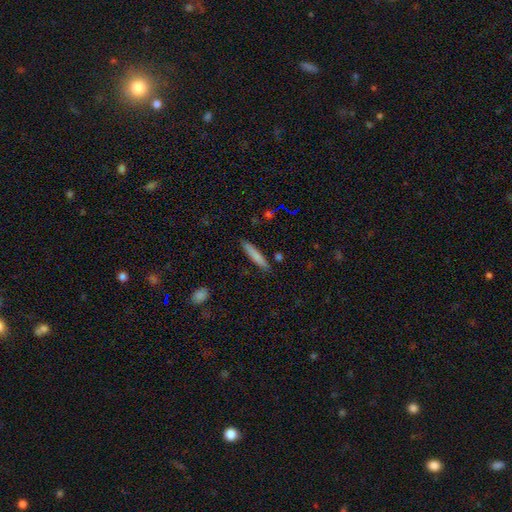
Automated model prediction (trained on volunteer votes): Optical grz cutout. It shows a smooth galaxy with no disk features (78%) that is cigar-shaped (91%). Merging: none (86%).